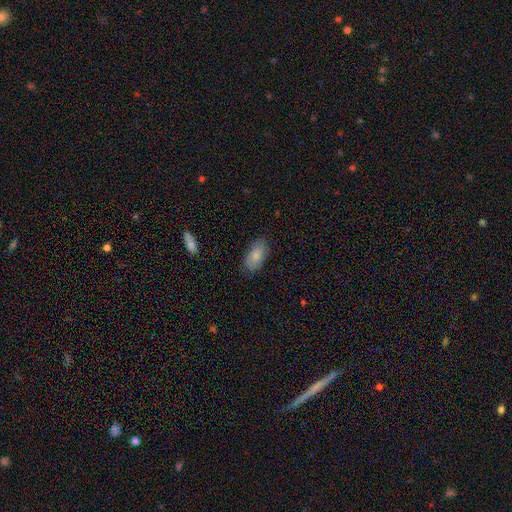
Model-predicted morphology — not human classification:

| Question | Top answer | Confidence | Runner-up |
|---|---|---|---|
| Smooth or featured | smooth | 83% | featured or disk (11%) |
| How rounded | in between | 92% | cigar-shaped (5%) |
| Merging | none | 80% | minor disturbance (15%) |